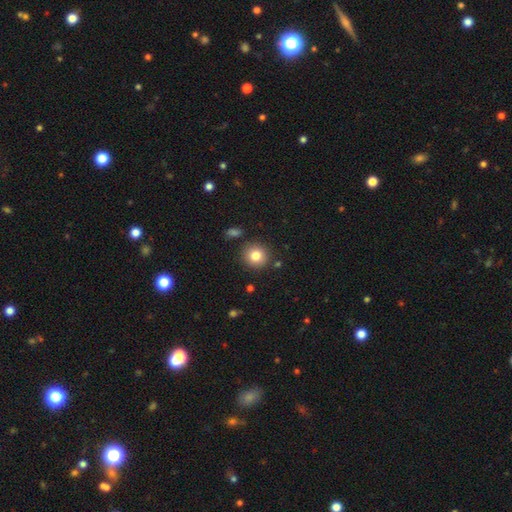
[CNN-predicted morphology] Overall: smooth (81%). How rounded: round (92%). Merging: none (87%).